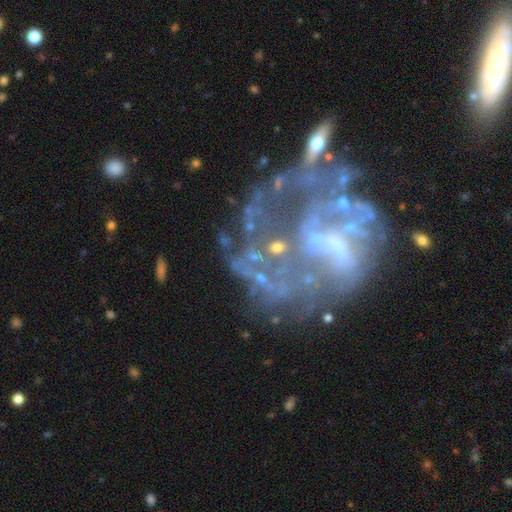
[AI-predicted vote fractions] Overall: featured or disk (76%). Edge-on disk: no (98%). Bar: no (57%; weak 30%). Spiral arms: no (54%; yes 46%). Bulge size: none (57%; small 24%). Merging: major disturbance (40%; none 32%).